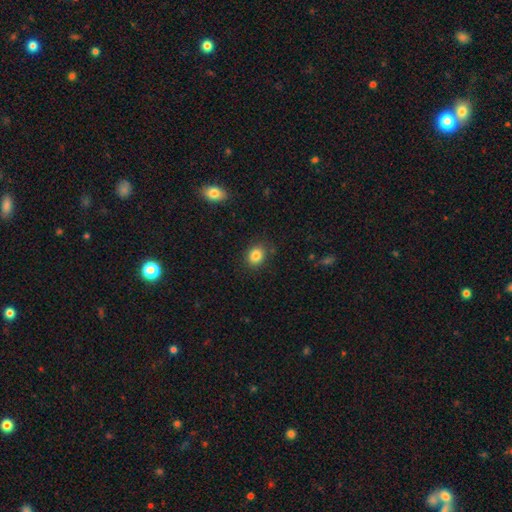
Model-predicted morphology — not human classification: Overall: smooth (84%). How rounded: round (57%; in between 42%). Merging: none (85%).